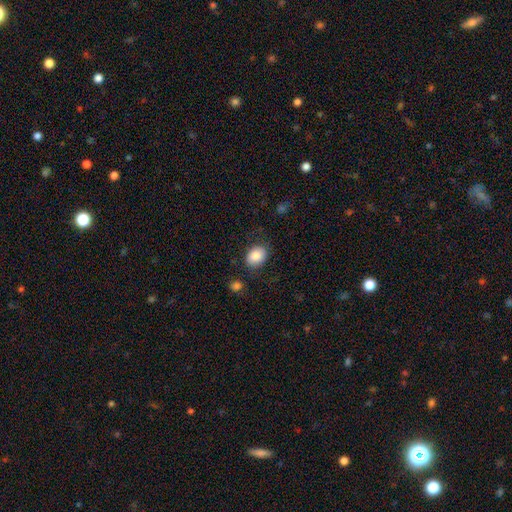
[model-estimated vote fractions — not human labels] Smooth or featured?
  - smooth: 85% *
  - star or artifact: 8%
  - featured or disk: 7%
How rounded?
  - in between: 68% *
  - round: 31%
  - cigar-shaped: 1%
Merging?
  - none: 81% *
  - minor disturbance: 13%
  - major disturbance: 4%
  - merger: 2%